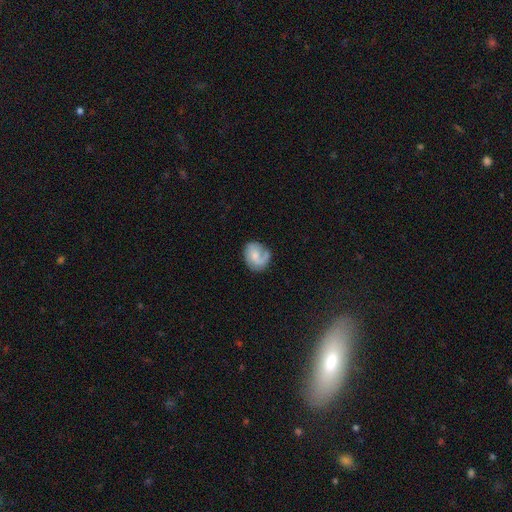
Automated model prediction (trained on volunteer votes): Smooth or featured? Predicted: featured or disk (p=0.55). Edge-on disk? Predicted: no (p=0.98). Bar? Predicted: no (p=0.62). Spiral arms? Predicted: yes (p=0.84). Bulge size? Predicted: moderate (p=0.43). Merging? Predicted: none (p=0.62).